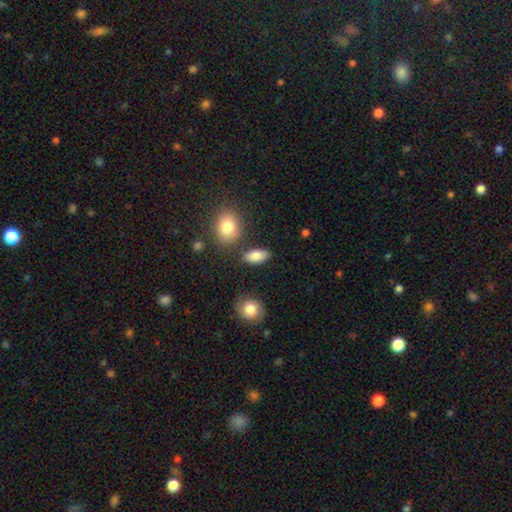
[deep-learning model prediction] This is clearly a smooth galaxy (83%). How rounded: clearly in between (88%). Merging: clearly none (82%).